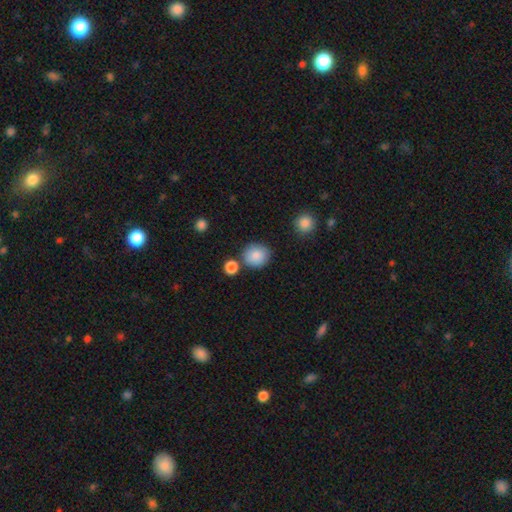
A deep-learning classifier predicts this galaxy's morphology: smooth-or-featured: smooth: 87% | star or artifact: 8% | featured or disk: 5%
  how-rounded: round: 84% | in between: 15% | cigar-shaped: 1%
  merging: none: 78% | minor disturbance: 11% | merger: 8% | major disturbance: 3%